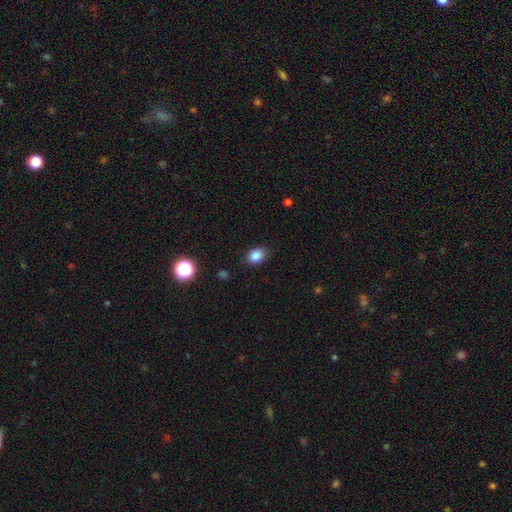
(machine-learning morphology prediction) The model was most divided on "how rounded": in between: 72%, round: 27%, cigar-shaped: 1%. More confident: merging — none (86%); smooth or featured — smooth (86%).